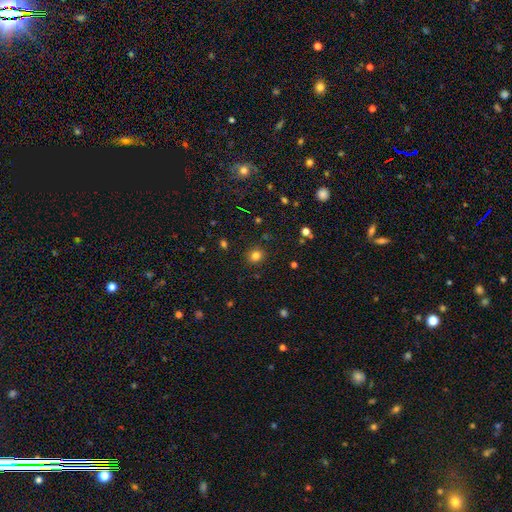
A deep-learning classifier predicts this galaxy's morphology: Smooth or featured? smooth (80%)
How rounded? round (77%)
Merging? none (89%)